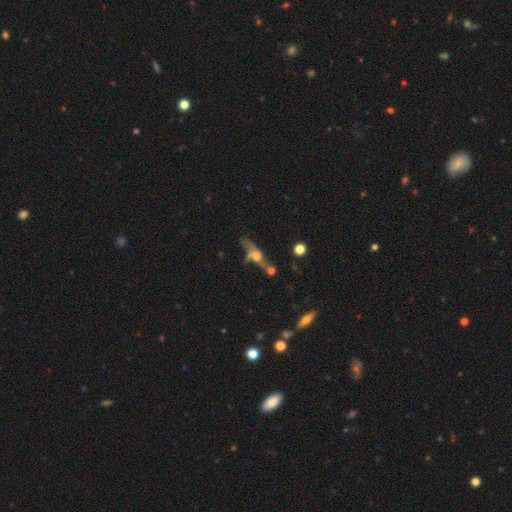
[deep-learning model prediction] Smooth or featured? featured or disk (61%)
Edge-on disk? no (67%)
Merging? none (35%)